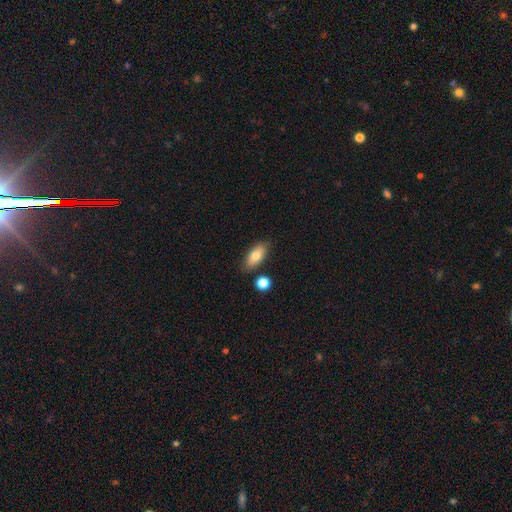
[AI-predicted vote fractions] smooth-or-featured: smooth: 76% | featured or disk: 17% | star or artifact: 7%
  how-rounded: in between: 87% | cigar-shaped: 9% | round: 4%
  merging: none: 80% | minor disturbance: 12% | merger: 5% | major disturbance: 3%